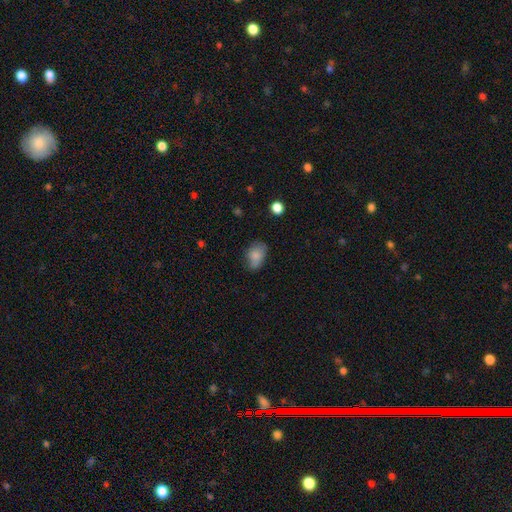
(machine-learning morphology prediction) Q: Smooth or featured?
A: smooth (81%); runner-up: featured or disk (10%)
Q: How rounded?
A: in between (82%); runner-up: round (16%)
Q: Merging?
A: none (55%); runner-up: minor disturbance (33%)